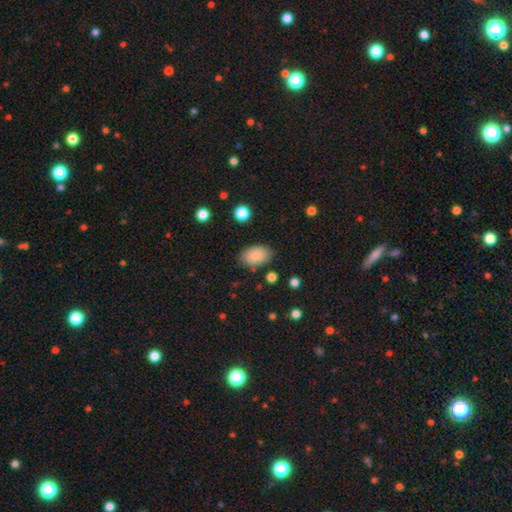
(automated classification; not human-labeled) smooth-or-featured: smooth: 86% | star or artifact: 7% | featured or disk: 6%
  how-rounded: in between: 89% | round: 9% | cigar-shaped: 1%
  merging: none: 84% | minor disturbance: 12% | major disturbance: 3% | merger: 2%